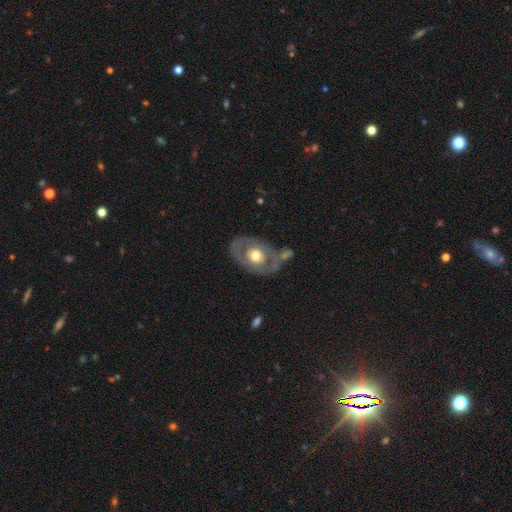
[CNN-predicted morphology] Smooth or featured? featured or disk (59%)
Edge-on disk? no (92%)
Bar? no (86%)
Spiral arms? no (71%)
Bulge size? moderate (66%)
Merging? none (56%)